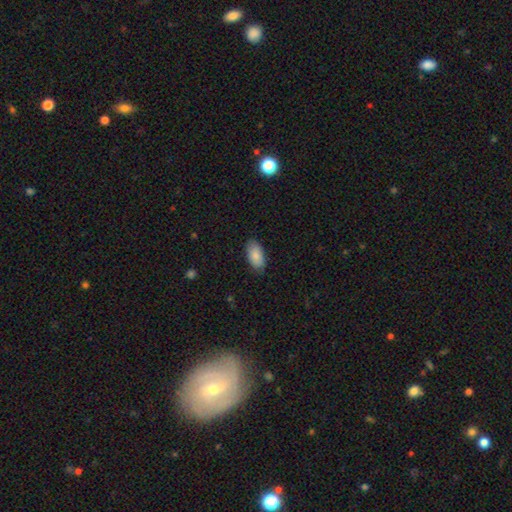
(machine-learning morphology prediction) This is clearly a smooth galaxy (87%). How rounded: clearly in between (95%). Merging: clearly none (84%).